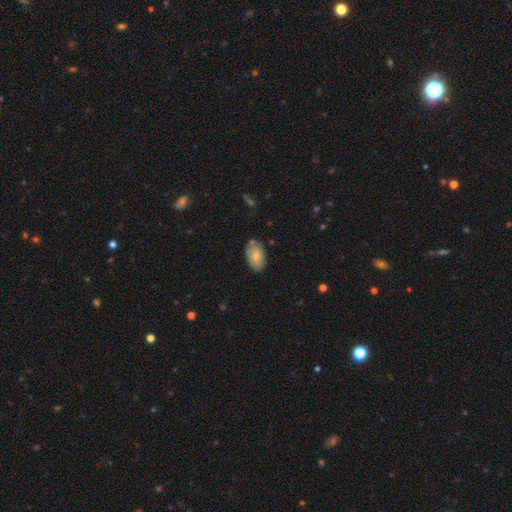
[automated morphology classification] Smooth or featured?
  - smooth: 78% *
  - featured or disk: 15%
  - star or artifact: 7%
How rounded?
  - in between: 93% *
  - round: 6%
  - cigar-shaped: 1%
Merging?
  - none: 76% *
  - minor disturbance: 17%
  - merger: 3%
  - major disturbance: 3%